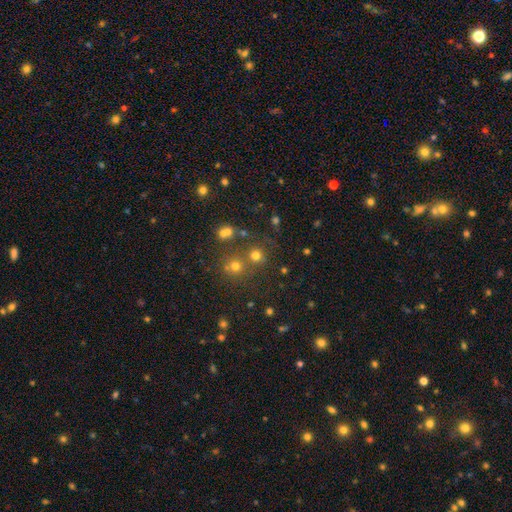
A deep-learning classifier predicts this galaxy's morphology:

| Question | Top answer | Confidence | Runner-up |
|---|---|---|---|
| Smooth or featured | smooth | 58% | star or artifact (33%) |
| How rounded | round | 90% | in between (9%) |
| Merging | none | 70% | merger (19%) |